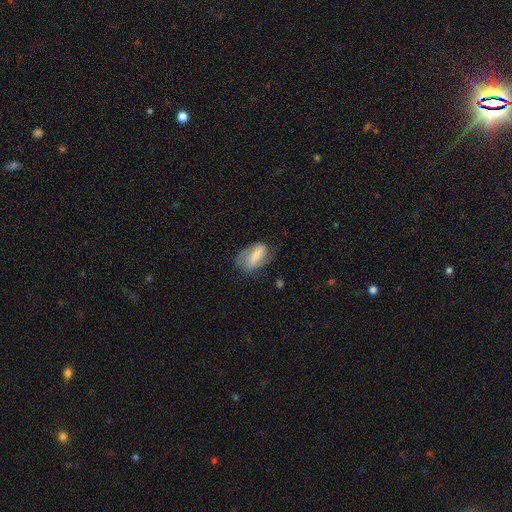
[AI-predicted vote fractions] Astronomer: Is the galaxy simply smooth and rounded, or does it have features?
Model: featured or disk — 69%.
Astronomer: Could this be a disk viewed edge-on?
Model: no — 95%.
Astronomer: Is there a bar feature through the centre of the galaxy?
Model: strong — 54% (runner-up: weak, 32%).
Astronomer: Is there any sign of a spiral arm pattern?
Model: yes — 86%.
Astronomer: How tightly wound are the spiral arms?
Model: medium — 45% (runner-up: tight, 28%).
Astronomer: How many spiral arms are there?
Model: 2 — 79%.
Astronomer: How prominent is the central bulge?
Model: small — 49% (runner-up: moderate, 31%).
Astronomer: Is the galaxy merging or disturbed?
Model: none — 61%.